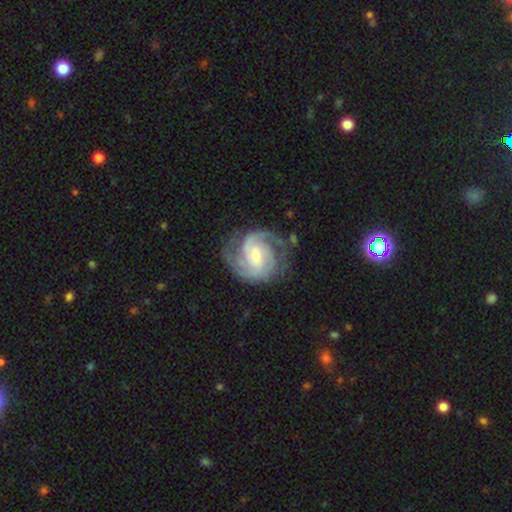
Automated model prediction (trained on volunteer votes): A featured or disk galaxy (90%) with a weak bar (50%), 2 (48%) tight (53%) spiral arms (98%) and a small central bulge (49%). Merging: none (74%).